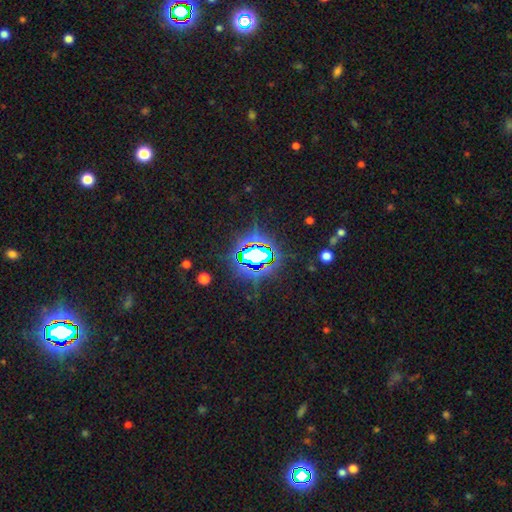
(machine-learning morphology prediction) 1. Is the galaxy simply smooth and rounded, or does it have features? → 77% star or artifact, 12% smooth, 11% featured or disk.